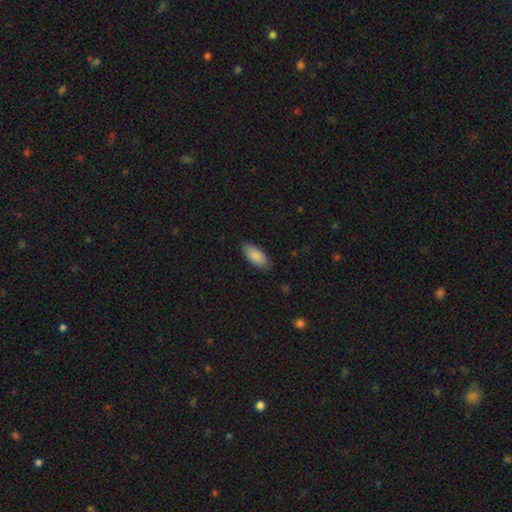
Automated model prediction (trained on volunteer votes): smooth-or-featured: smooth: 88% | featured or disk: 6% | star or artifact: 6%
  how-rounded: in between: 86% | cigar-shaped: 12% | round: 2%
  merging: none: 85% | minor disturbance: 11% | major disturbance: 2% | merger: 1%